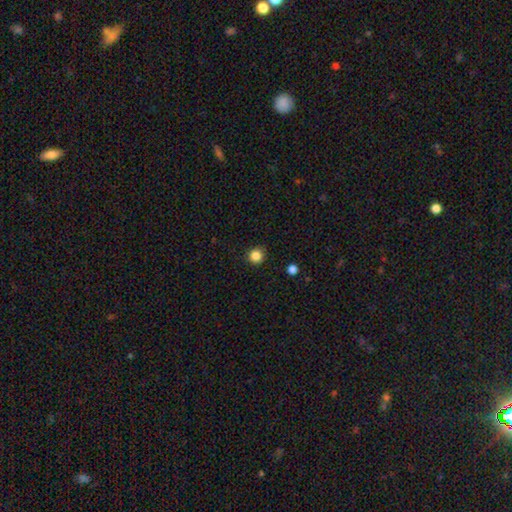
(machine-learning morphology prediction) A smooth galaxy with no disk features (85%) that is round (94%). Merging: none (90%).